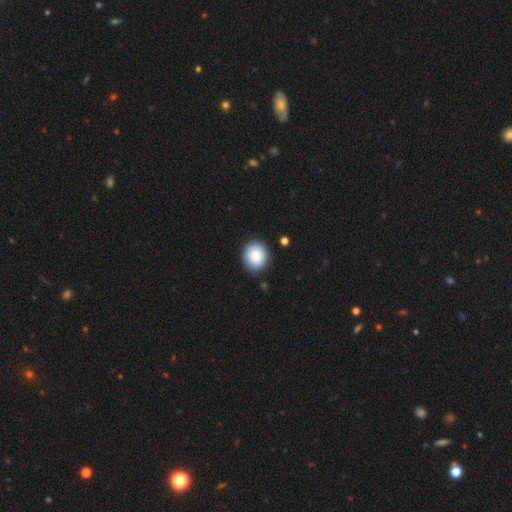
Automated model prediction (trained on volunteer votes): A smooth galaxy with no disk features (88%) that is round (80%).

Vote fractions:
- Smooth or featured? smooth: 88% / star or artifact: 8% / featured or disk: 4%
- How rounded? round: 80% / in between: 19% / cigar-shaped: 1%
- Merging? none: 88% / minor disturbance: 8% / major disturbance: 2% / merger: 2%